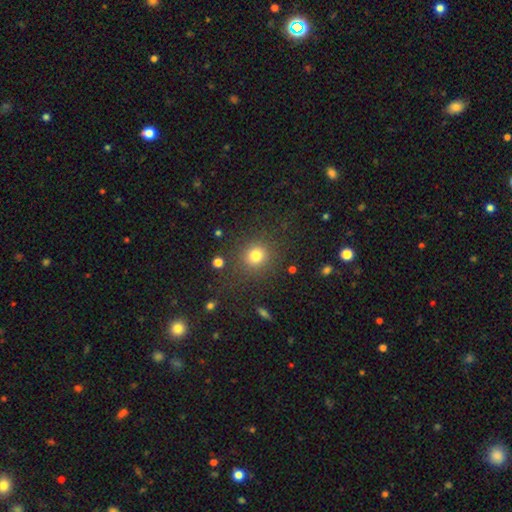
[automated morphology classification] Smooth or featured? Predicted: smooth (p=0.78). How rounded? Predicted: round (p=0.88). Merging? Predicted: none (p=0.84).